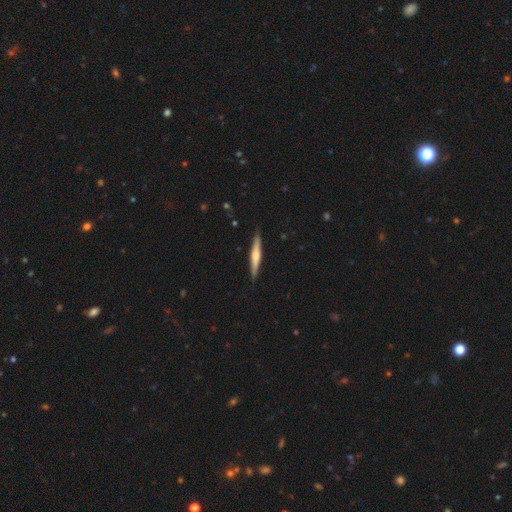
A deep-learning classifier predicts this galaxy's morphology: This appears to be a featured or disk galaxy (61%) viewed edge-on (97%) with a rounded central bulge (77%). Merging: none (89%).